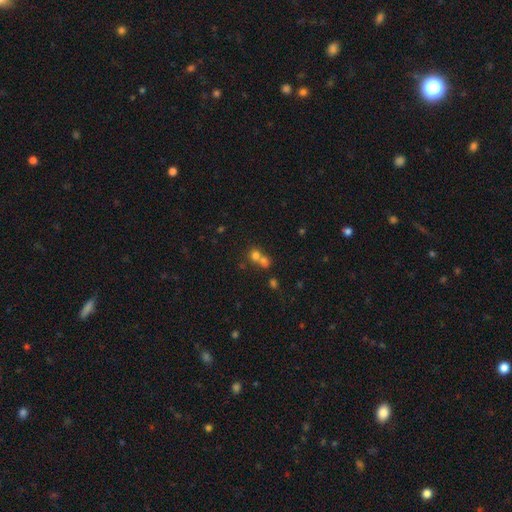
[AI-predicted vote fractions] smooth_or_featured: smooth (p=0.68) [alt: star or artifact p=0.19]
how_rounded: round (p=0.82) [alt: in between p=0.17]
merging: merger (p=0.54) [alt: none p=0.37]